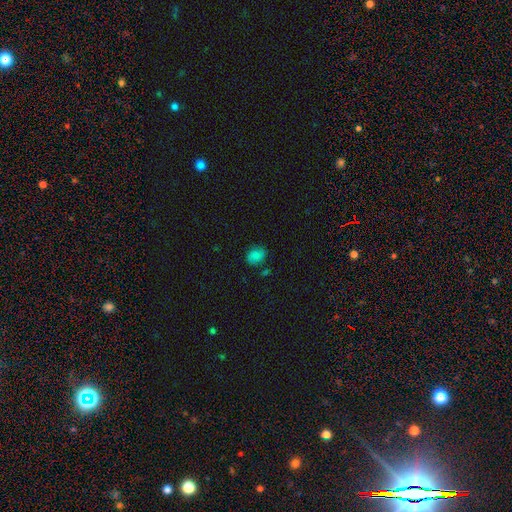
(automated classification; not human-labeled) smooth 80%, star or artifact 12%, featured or disk 8%. Down the decision tree: how rounded — round (50%); merging — none (76%).